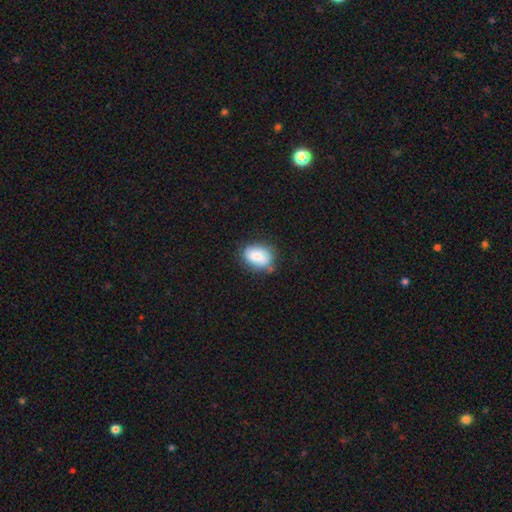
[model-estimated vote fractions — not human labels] A smooth galaxy with no disk features (80%) that is in between round and cigar-shaped (78%). Merging: none (66%).